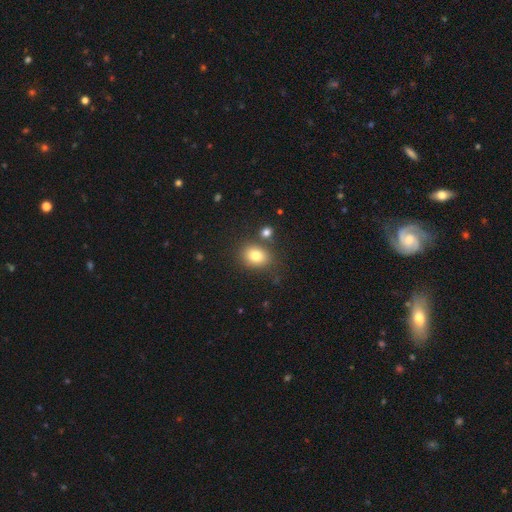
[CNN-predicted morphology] Smooth or featured?
  - smooth: 80% *
  - star or artifact: 11%
  - featured or disk: 9%
How rounded?
  - round: 51% *
  - in between: 48%
  - cigar-shaped: 1%
Merging?
  - none: 75% *
  - minor disturbance: 11%
  - merger: 10%
  - major disturbance: 4%